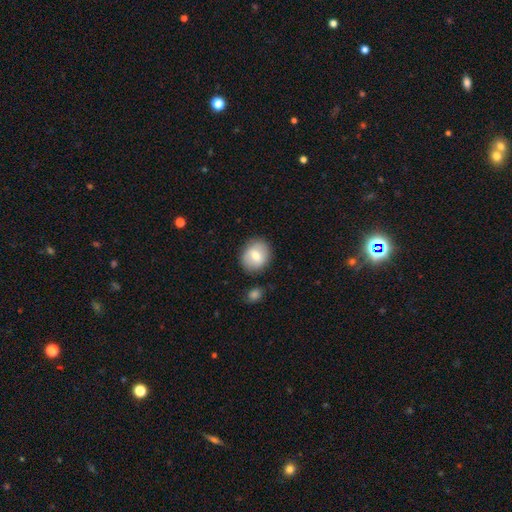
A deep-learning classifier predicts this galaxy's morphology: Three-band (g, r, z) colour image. It shows a smooth galaxy with no disk features (68%) that is round (73%). Merging: none (83%).